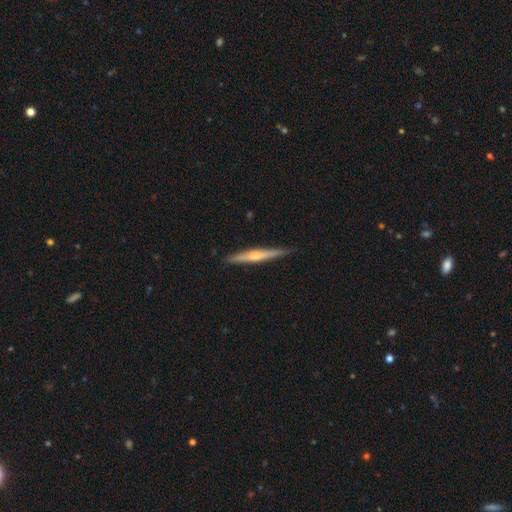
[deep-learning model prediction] Q: Smooth or featured?
A: featured or disk (63%); runner-up: smooth (32%)
Q: Edge-on disk?
A: yes (97%); runner-up: no (3%)
Q: Edge-on bulge?
A: rounded (78%); runner-up: none (16%)
Q: Merging?
A: none (89%); runner-up: minor disturbance (9%)